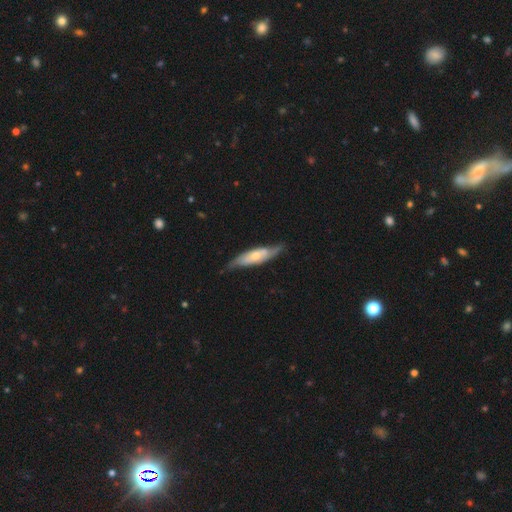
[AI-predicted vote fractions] A featured or disk galaxy (58%). Merging: none (66%).